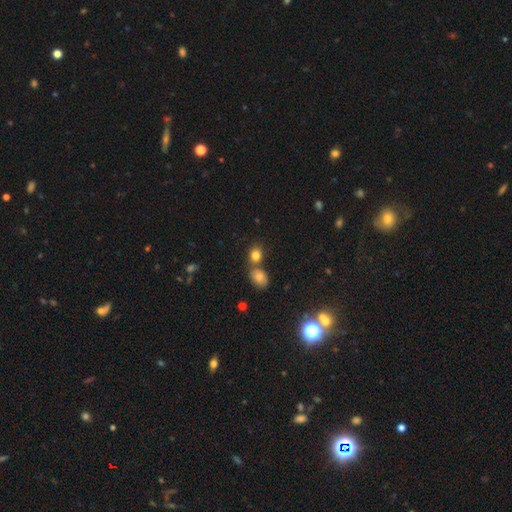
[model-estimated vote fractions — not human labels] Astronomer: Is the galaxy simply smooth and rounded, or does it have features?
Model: smooth — 80%.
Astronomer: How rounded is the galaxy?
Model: round — 55% (runner-up: in between, 44%).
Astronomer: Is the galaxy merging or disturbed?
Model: none — 55% (runner-up: merger, 33%).